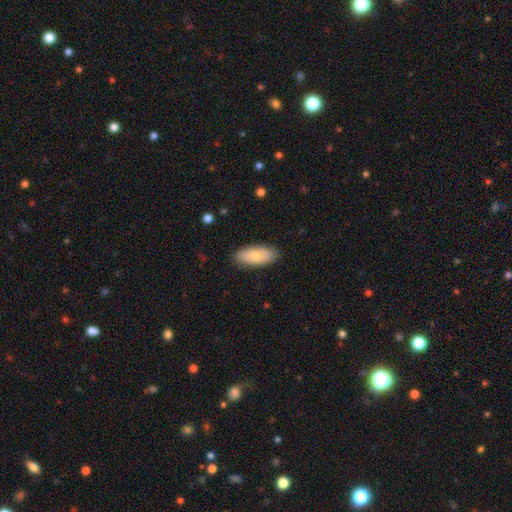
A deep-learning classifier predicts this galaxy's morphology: This is likely a smooth galaxy (70%). How rounded: clearly in between (88%). Merging: clearly none (83%).